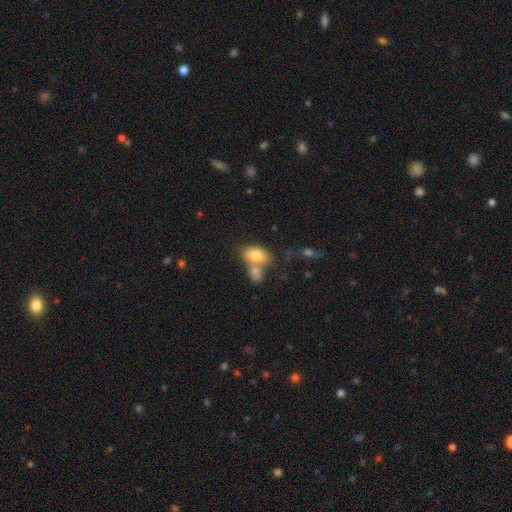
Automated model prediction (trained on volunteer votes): Smooth or featured? Predicted: smooth (p=0.79). How rounded? Predicted: in between (p=0.89). Merging? Predicted: merger (p=0.51).